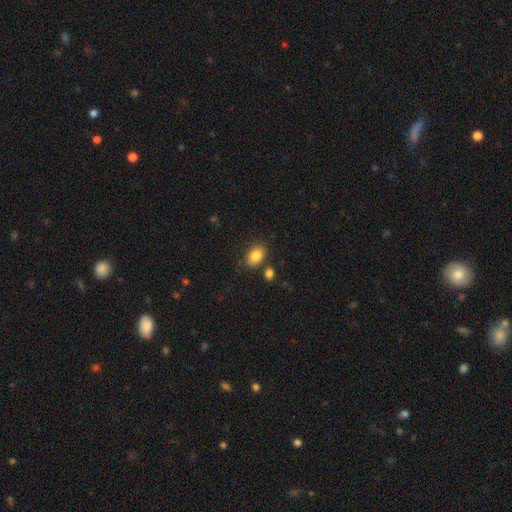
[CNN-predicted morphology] A smooth galaxy with no disk features (85%) that is in between round and cigar-shaped (84%).

Vote fractions:
- Smooth or featured? smooth: 85% / star or artifact: 8% / featured or disk: 7%
- How rounded? in between: 84% / round: 14% / cigar-shaped: 1%
- Merging? none: 77% / minor disturbance: 12% / merger: 7% / major disturbance: 3%